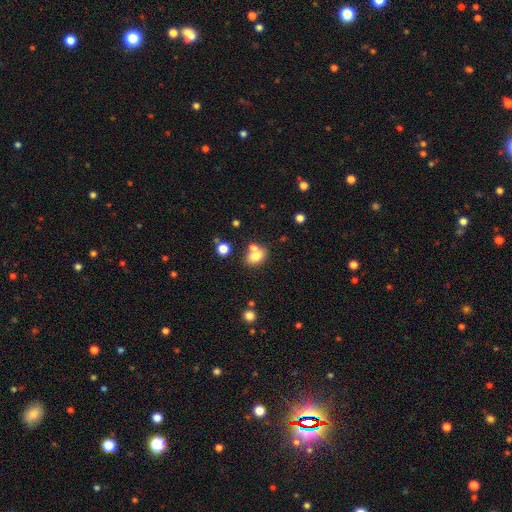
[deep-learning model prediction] Q: Smooth or featured?
A: smooth (76%); runner-up: featured or disk (13%)
Q: How rounded?
A: in between (72%); runner-up: round (26%)
Q: Merging?
A: none (50%); runner-up: merger (33%)